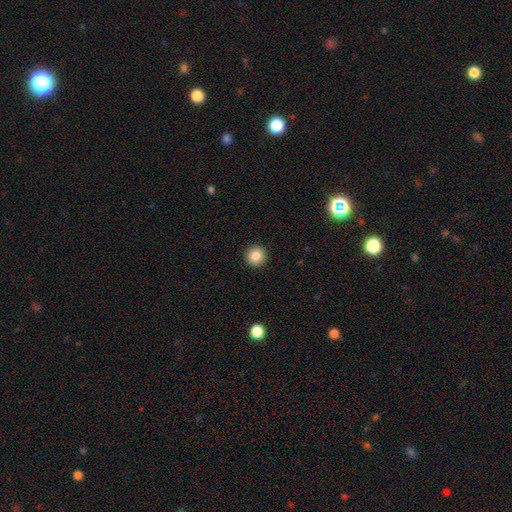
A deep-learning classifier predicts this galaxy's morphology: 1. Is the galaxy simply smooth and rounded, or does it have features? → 85% smooth, 9% star or artifact, 5% featured or disk.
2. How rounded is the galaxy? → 95% round, 4% in between, 1% cigar-shaped.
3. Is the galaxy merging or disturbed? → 93% none, 5% minor disturbance, 2% major disturbance, 1% merger.